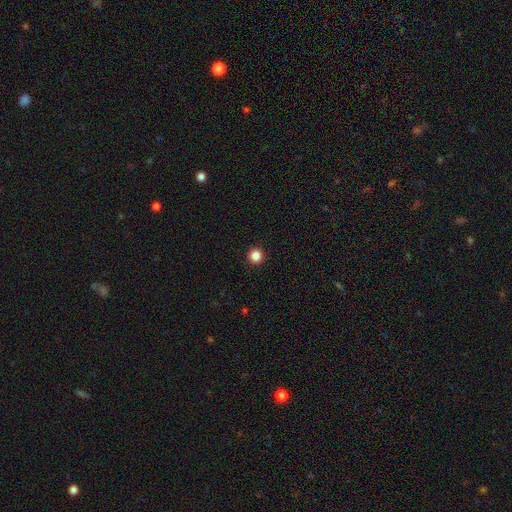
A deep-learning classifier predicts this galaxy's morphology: type=smooth (85%); roundness=round (96%); merging=none (94%).